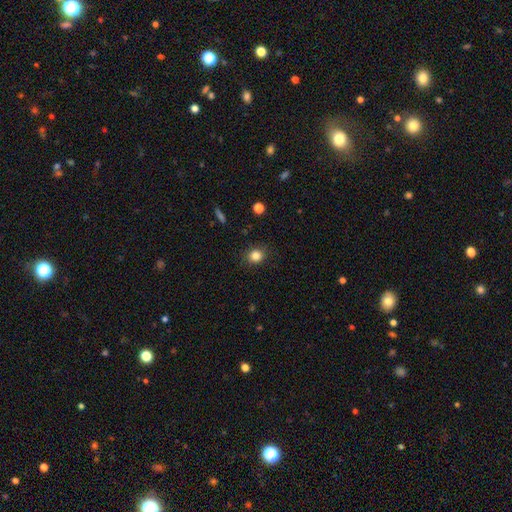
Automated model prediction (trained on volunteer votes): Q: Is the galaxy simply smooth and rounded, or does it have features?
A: smooth — 83%.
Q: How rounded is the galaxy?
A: round — 74%.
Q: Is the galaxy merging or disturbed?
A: none — 85%.